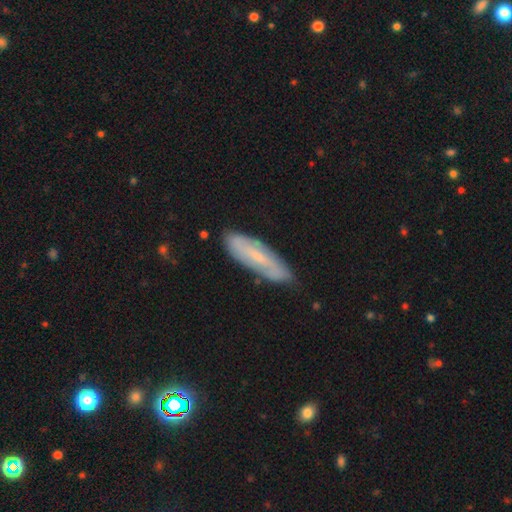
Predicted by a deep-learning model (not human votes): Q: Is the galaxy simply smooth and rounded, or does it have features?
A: featured or disk — 52%.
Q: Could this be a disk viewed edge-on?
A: no — 71%.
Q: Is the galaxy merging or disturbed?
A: none — 78%.